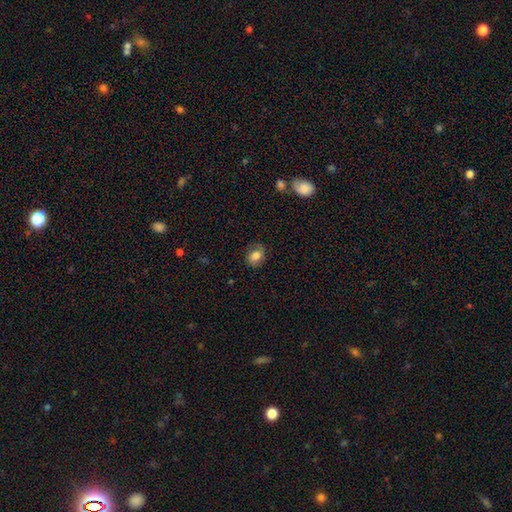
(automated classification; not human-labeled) The model was most divided on "how rounded": in between: 62%, round: 37%, cigar-shaped: 1%. More confident: smooth or featured — smooth (78%); merging — none (76%).